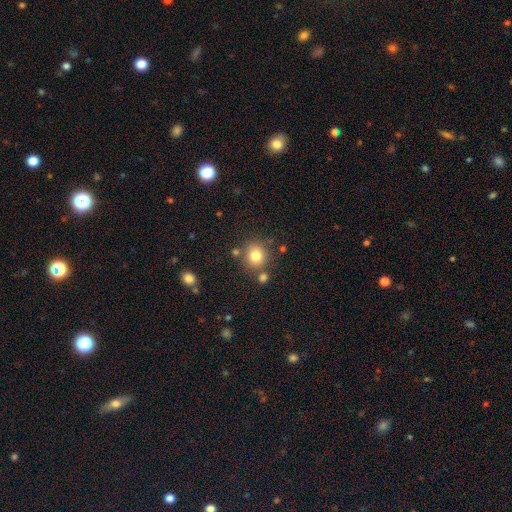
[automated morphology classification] A smooth galaxy with no disk features (79%) that is round (84%). Merging: none (75%).